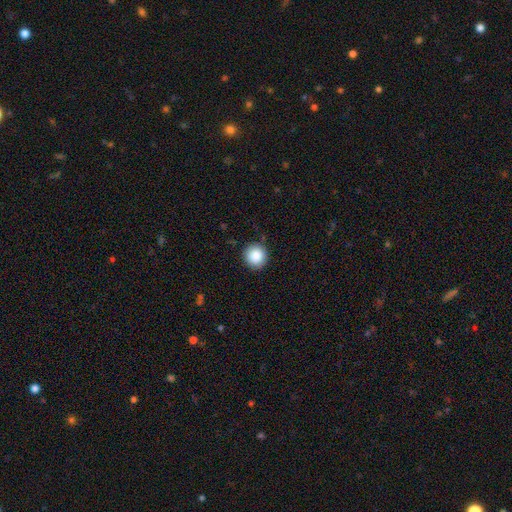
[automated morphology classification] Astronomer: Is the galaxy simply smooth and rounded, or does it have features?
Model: smooth — 87%.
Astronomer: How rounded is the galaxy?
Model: round — 95%.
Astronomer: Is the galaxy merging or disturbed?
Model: none — 89%.